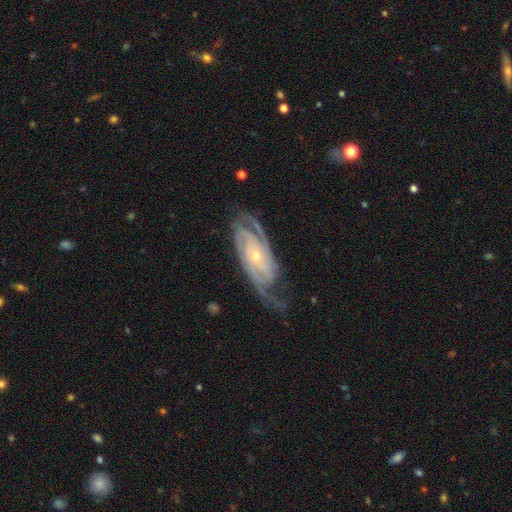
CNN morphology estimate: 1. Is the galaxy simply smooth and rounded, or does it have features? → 90% featured or disk, 5% smooth, 5% star or artifact.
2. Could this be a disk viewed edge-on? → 94% no, 6% yes.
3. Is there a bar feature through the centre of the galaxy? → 67% no, 24% weak, 10% strong.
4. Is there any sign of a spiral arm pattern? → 98% yes, 2% no.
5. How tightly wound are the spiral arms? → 63% tight, 31% medium, 6% loose.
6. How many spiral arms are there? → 43% 2, 23% 3, 14% can't tell, 10% 4, 5% more than 4, 4% 1.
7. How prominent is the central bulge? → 76% small, 20% moderate, 2% none, 1% large, 1% dominant.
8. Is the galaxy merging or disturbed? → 70% none, 19% minor disturbance, 9% major disturbance, 1% merger.